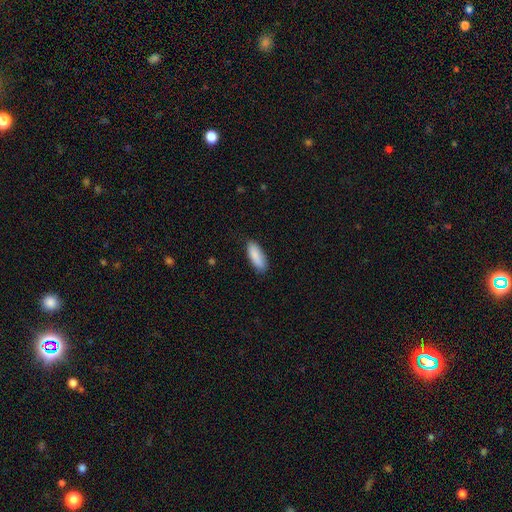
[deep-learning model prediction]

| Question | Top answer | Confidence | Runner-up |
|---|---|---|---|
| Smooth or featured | smooth | 88% | featured or disk (6%) |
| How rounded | in between | 73% | cigar-shaped (26%) |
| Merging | none | 85% | minor disturbance (12%) |